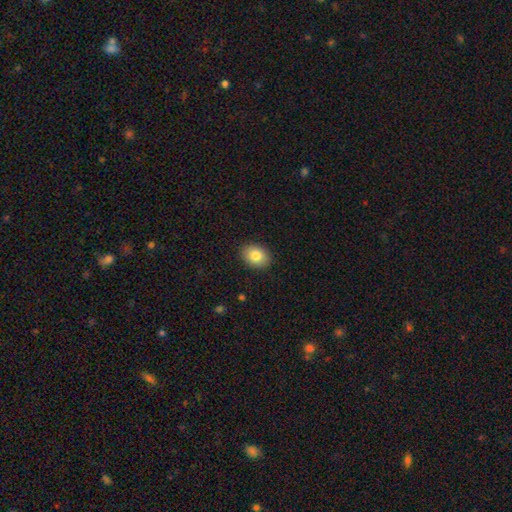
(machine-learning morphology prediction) This is clearly a smooth galaxy (84%). How rounded: likely in between (68%). Merging: clearly none (90%).